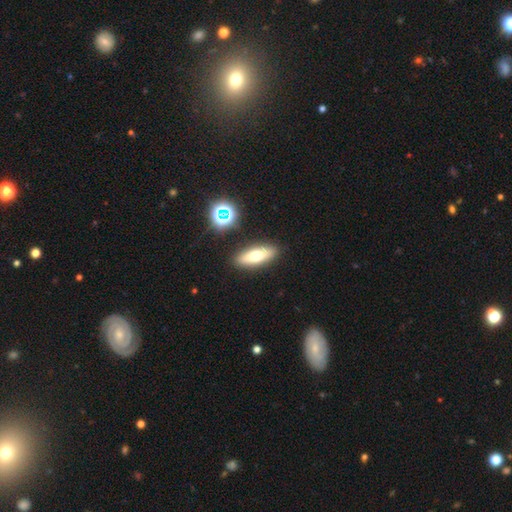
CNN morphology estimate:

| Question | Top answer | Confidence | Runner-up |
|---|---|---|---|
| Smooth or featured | smooth | 62% | featured or disk (29%) |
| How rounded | in between | 59% | cigar-shaped (37%) |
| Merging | none | 88% | minor disturbance (7%) |